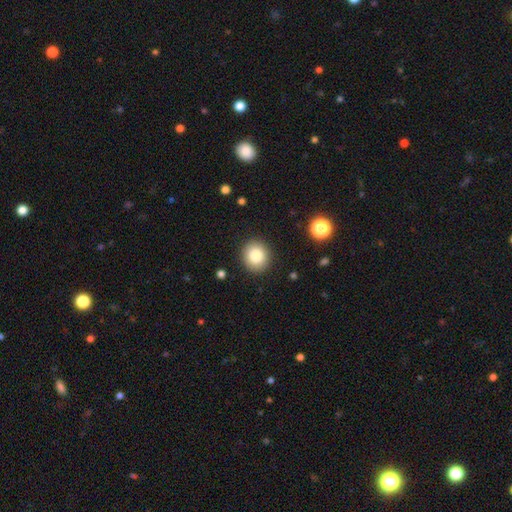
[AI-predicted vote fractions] A smooth galaxy with no disk features (83%) that is round (86%). Merging: none (90%).